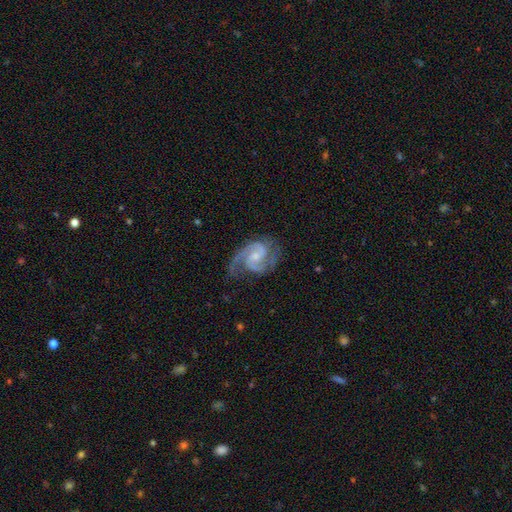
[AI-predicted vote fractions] The model was most divided on "bar" (2-way tie): weak: 45%, no: 45%, strong: 10%. More confident: spiral arms — yes (98%); edge-on disk — no (98%); smooth or featured — featured or disk (91%); spiral arm count — 2 (85%); merging — none (65%); spiral winding — medium (57%); bulge size — small (51%).